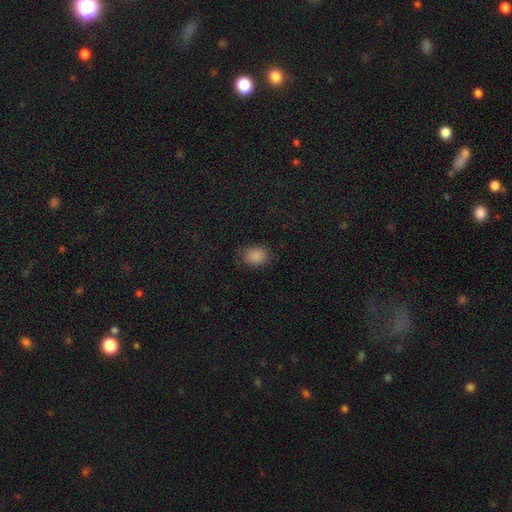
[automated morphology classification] Smooth or featured? Predicted: smooth (p=0.86). How rounded? Predicted: in between (p=0.65). Merging? Predicted: none (p=0.80).